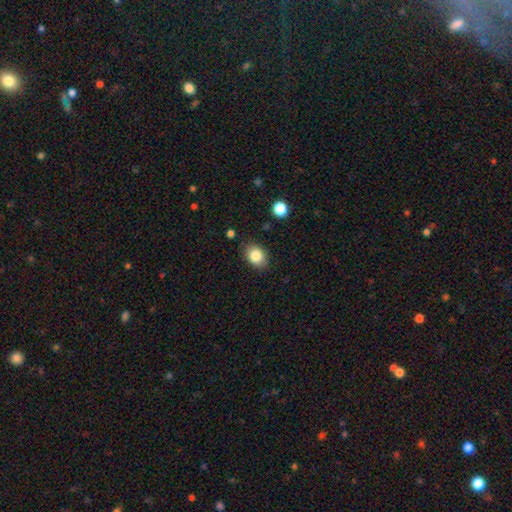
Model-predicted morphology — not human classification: smooth 84%, star or artifact 9%, featured or disk 7%. Down the decision tree: how rounded — in between (61%); merging — none (85%).